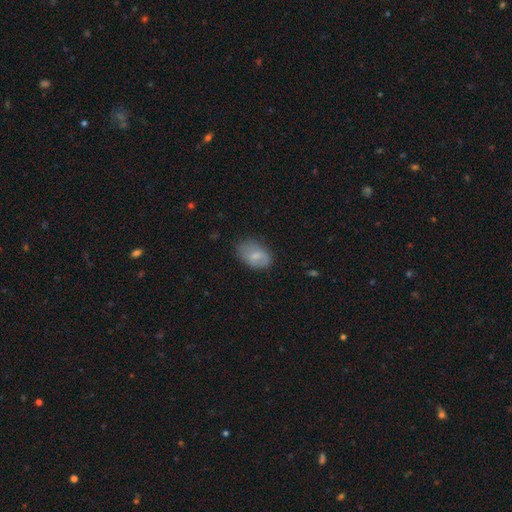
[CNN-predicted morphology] type=smooth (70%); roundness=in between (88%); merging=none (69%).